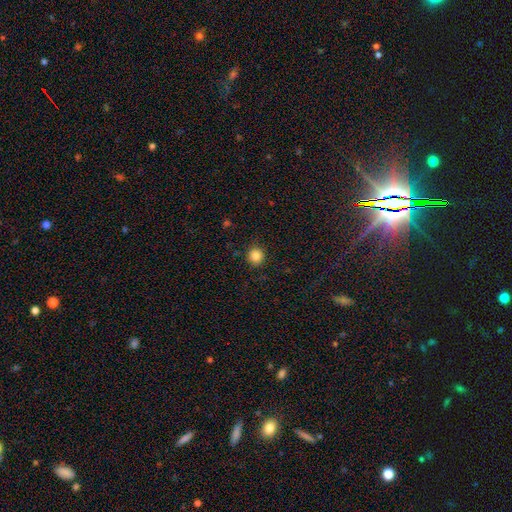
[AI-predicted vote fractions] Q: Smooth or featured?
A: smooth (85%); runner-up: star or artifact (11%)
Q: How rounded?
A: round (89%); runner-up: in between (10%)
Q: Merging?
A: none (90%); runner-up: minor disturbance (7%)